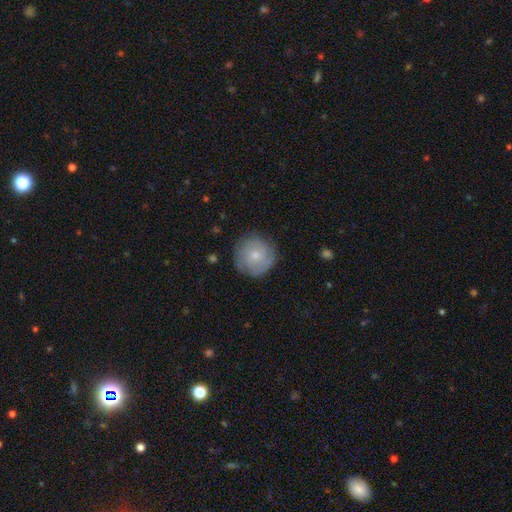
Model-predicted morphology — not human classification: Smooth or featured? smooth (60%)
How rounded? round (95%)
Merging? none (80%)